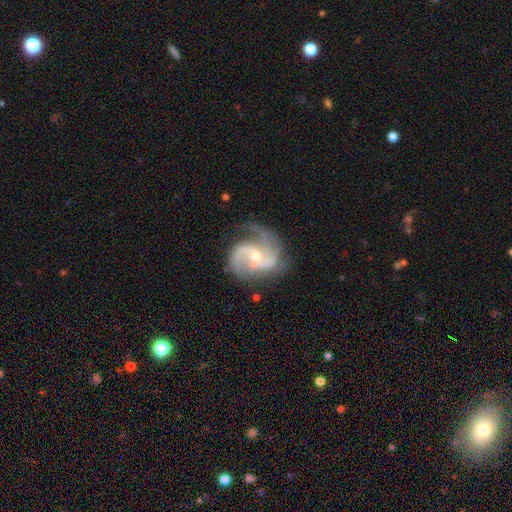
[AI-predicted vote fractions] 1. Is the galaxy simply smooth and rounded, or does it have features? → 91% featured or disk, 5% star or artifact, 4% smooth.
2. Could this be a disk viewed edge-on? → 98% no, 2% yes.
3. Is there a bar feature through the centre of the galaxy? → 46% no, 40% weak, 13% strong.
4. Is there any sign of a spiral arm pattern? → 98% yes, 2% no.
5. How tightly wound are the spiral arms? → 56% medium, 25% loose, 19% tight.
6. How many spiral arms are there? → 67% 2, 19% 3, 5% can't tell, 3% 1, 3% 4, 3% more than 4.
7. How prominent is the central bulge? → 56% small, 41% moderate, 2% none, 1% large, 1% dominant.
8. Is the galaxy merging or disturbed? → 67% none, 20% minor disturbance, 10% major disturbance, 2% merger.